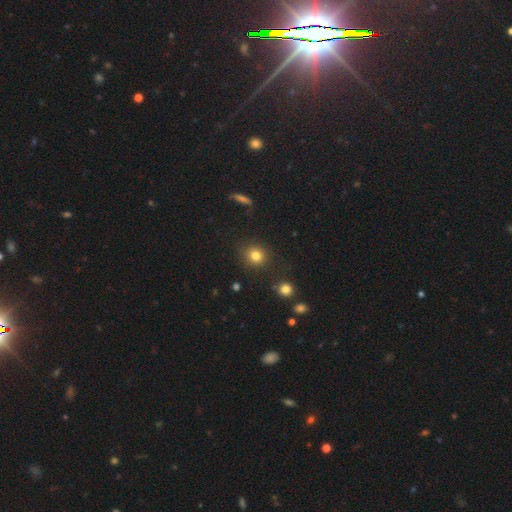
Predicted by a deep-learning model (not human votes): Q: Smooth or featured?
A: smooth (81%); runner-up: star or artifact (12%)
Q: How rounded?
A: round (87%); runner-up: in between (12%)
Q: Merging?
A: none (84%); runner-up: minor disturbance (9%)